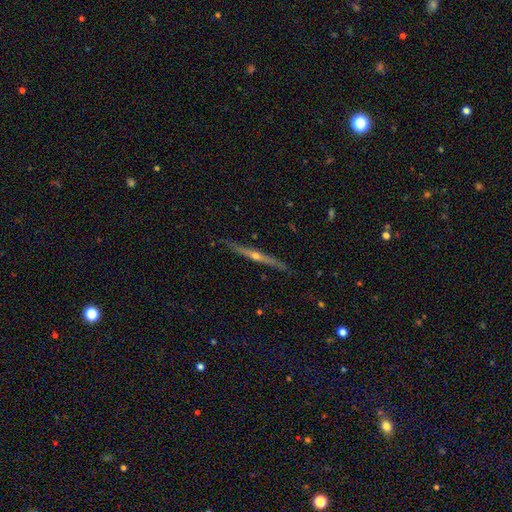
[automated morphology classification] Smooth or featured? Predicted: featured or disk (p=0.83). Edge-on disk? Predicted: yes (p=0.98). Edge-on bulge? Predicted: rounded (p=0.87). Merging? Predicted: none (p=0.89).